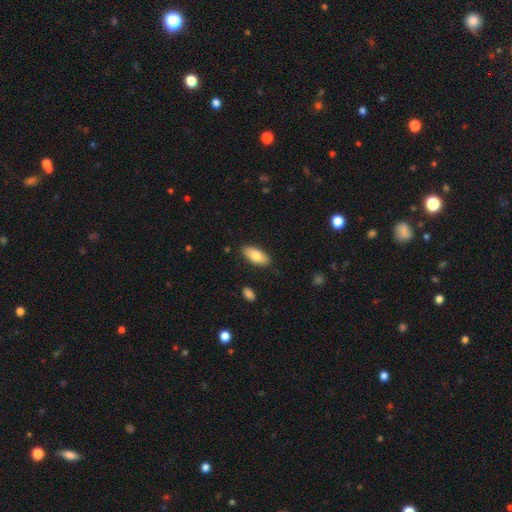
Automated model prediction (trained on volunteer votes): Morphology: type=smooth (78%); roundness=in between (87%); merging=none (86%).